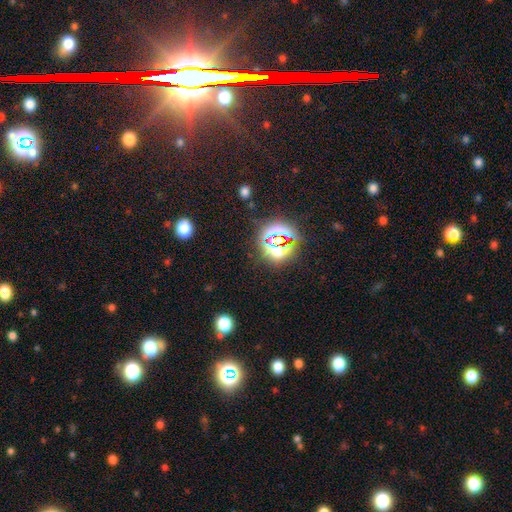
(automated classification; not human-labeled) Smooth or featured?
  - star or artifact: 74% *
  - smooth: 17%
  - featured or disk: 9%